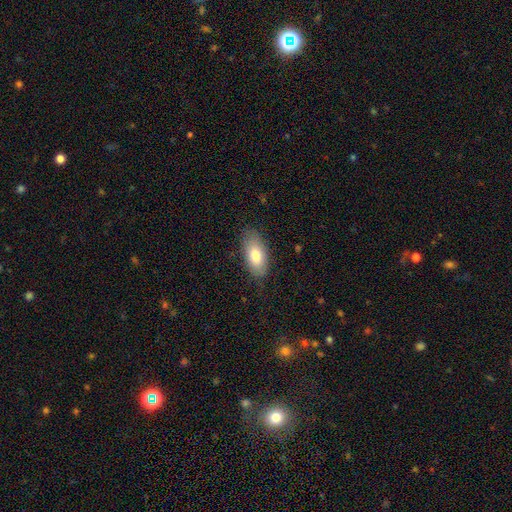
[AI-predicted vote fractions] This is likely a smooth galaxy (76%). How rounded: clearly in between (89%). Merging: clearly none (81%).